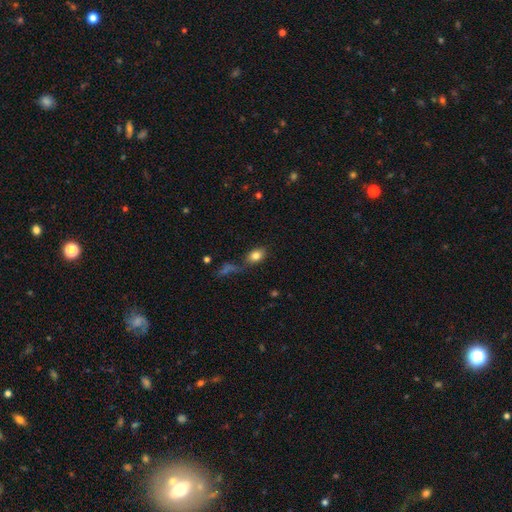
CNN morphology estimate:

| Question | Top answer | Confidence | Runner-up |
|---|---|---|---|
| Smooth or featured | smooth | 82% | star or artifact (9%) |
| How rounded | in between | 80% | round (18%) |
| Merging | none | 63% | minor disturbance (15%) |